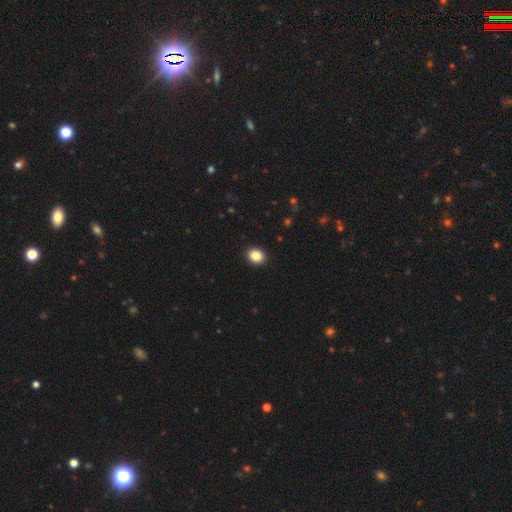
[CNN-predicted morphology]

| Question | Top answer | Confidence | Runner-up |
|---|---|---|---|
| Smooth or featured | smooth | 86% | star or artifact (10%) |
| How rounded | round | 68% | in between (31%) |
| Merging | none | 92% | minor disturbance (5%) |